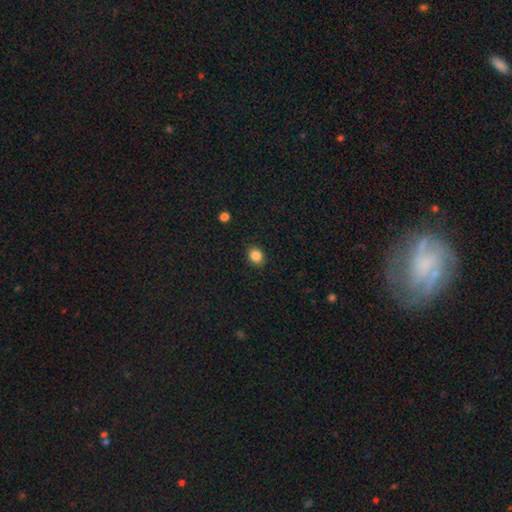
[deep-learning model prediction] Smooth or featured: smooth — 85% (star or artifact — 11%)
How rounded: round — 66% (in between — 33%)
Merging: none — 90% (minor disturbance — 7%)